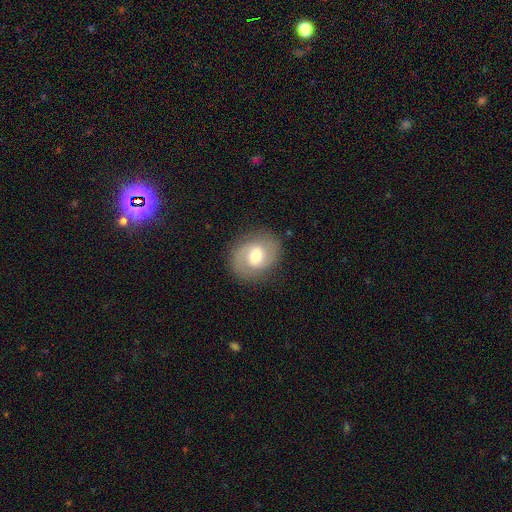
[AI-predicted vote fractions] This appears to be a featured or disk galaxy (62%) with a weak bar (46%), 2 (86%) medium (49%) spiral arms (84%) and a moderate central bulge (69%). Merging: none (83%).